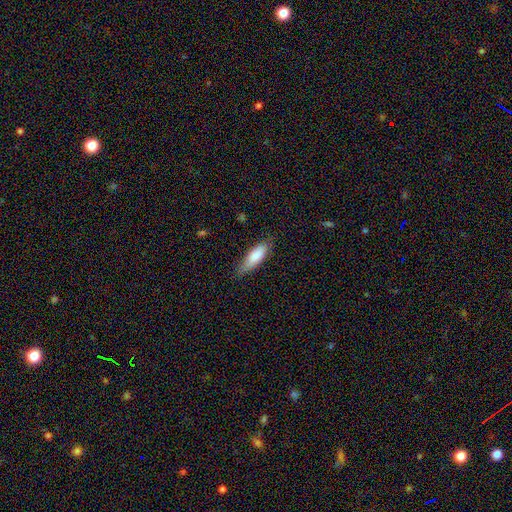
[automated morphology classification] type=smooth (79%); roundness=in between (54%); merging=none (71%).